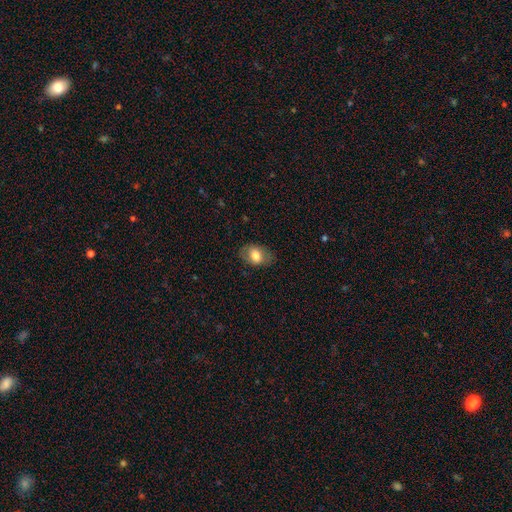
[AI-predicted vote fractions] Morphology: type=smooth (74%); roundness=in between (84%); merging=none (79%).